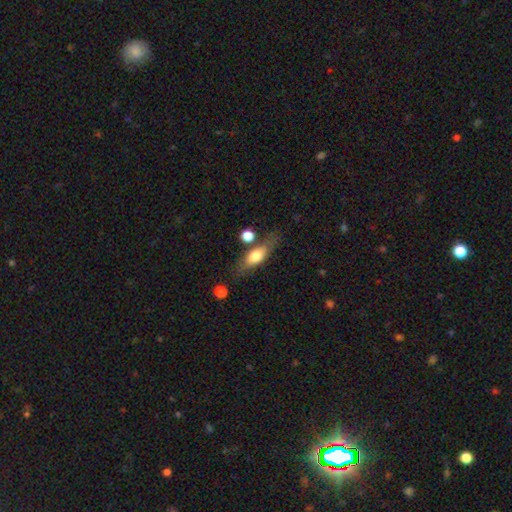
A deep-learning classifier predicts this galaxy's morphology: This appears to be a smooth galaxy with no disk features (66%) that is in between round and cigar-shaped (65%). Merging: none (65%).